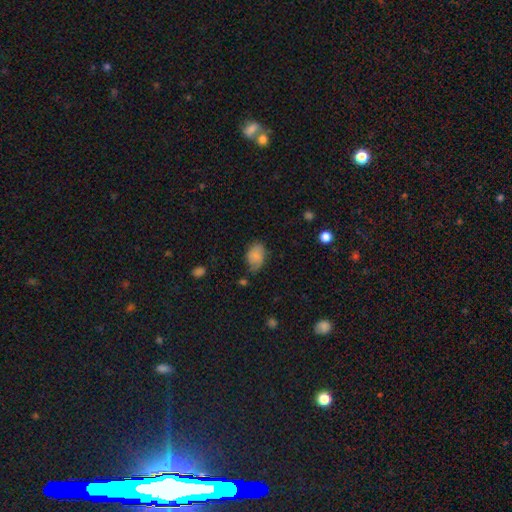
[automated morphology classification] smooth_or_featured: smooth (p=0.81) [alt: featured or disk p=0.10]
how_rounded: in between (p=0.84) [alt: round p=0.15]
merging: none (p=0.61) [alt: minor disturbance p=0.29]